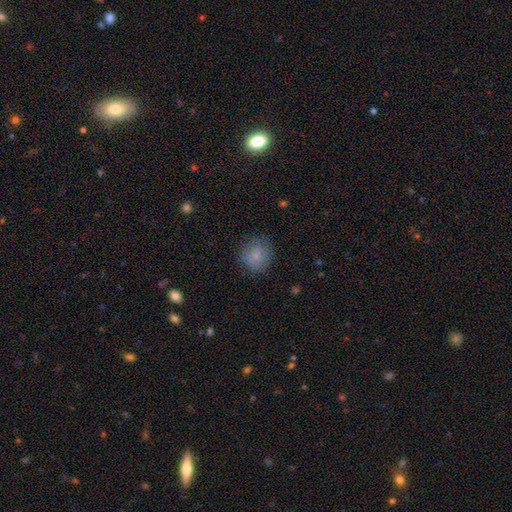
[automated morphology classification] The model was most divided on "merging": none: 79%, minor disturbance: 15%, major disturbance: 5%, merger: 1%. More confident: how rounded — round (85%); smooth or featured — smooth (83%).